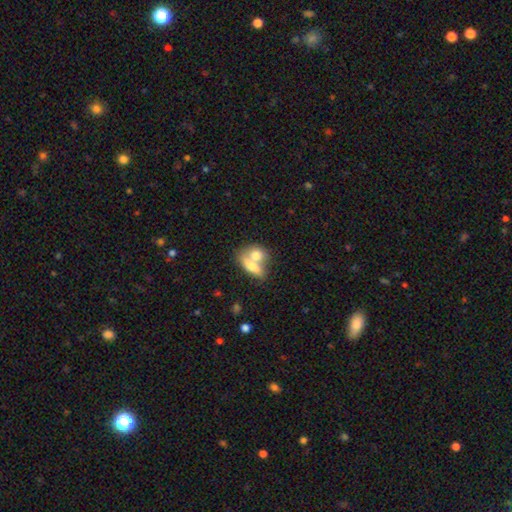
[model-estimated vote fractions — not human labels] smooth 72%, featured or disk 22%, star or artifact 6%. Down the decision tree: how rounded — in between (67%); merging — merger (70%).